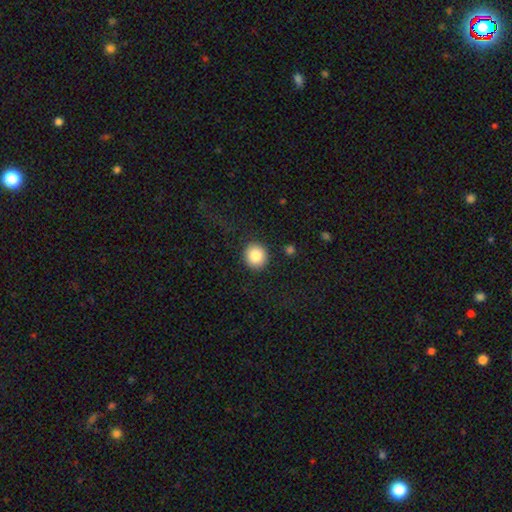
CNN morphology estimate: A smooth galaxy with no disk features (84%) that is round (90%).

Vote fractions:
- Smooth or featured? smooth: 84% / star or artifact: 9% / featured or disk: 7%
- How rounded? round: 90% / in between: 9% / cigar-shaped: 1%
- Merging? none: 90% / minor disturbance: 6% / major disturbance: 3% / merger: 1%